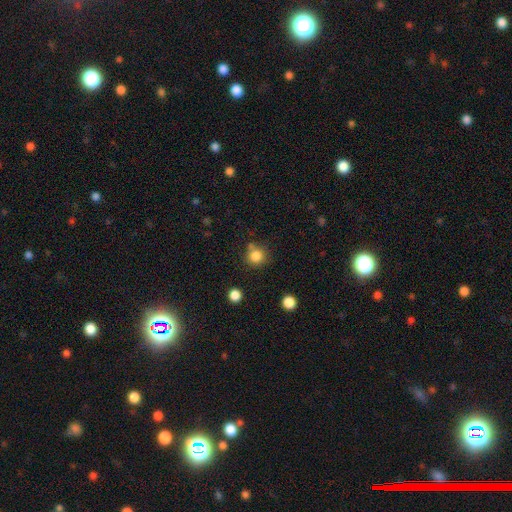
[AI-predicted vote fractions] Smooth or featured? smooth (83%)
How rounded? round (91%)
Merging? none (73%)